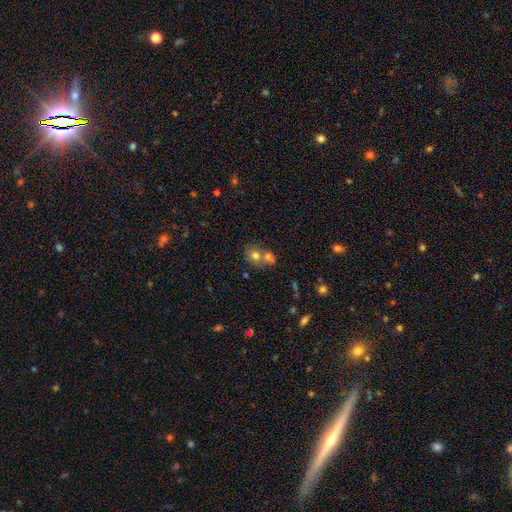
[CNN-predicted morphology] type=smooth (70%); roundness=round (64%); merging=merger (55%).